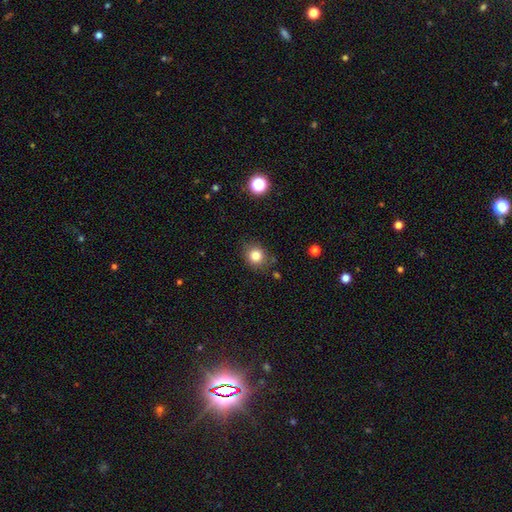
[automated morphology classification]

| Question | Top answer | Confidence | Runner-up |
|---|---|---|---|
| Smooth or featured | smooth | 83% | star or artifact (11%) |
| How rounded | round | 74% | in between (25%) |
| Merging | none | 81% | minor disturbance (13%) |